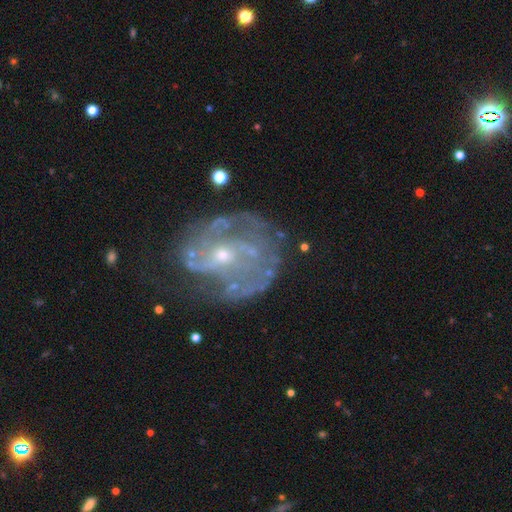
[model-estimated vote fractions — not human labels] Smooth or featured? featured or disk (84%)
Edge-on disk? no (97%)
Bar? weak (41%)
Spiral arms? yes (91%)
Spiral winding? tight (49%)
Spiral arm count? 2 (40%)
Bulge size? small (71%)
Merging? none (63%)